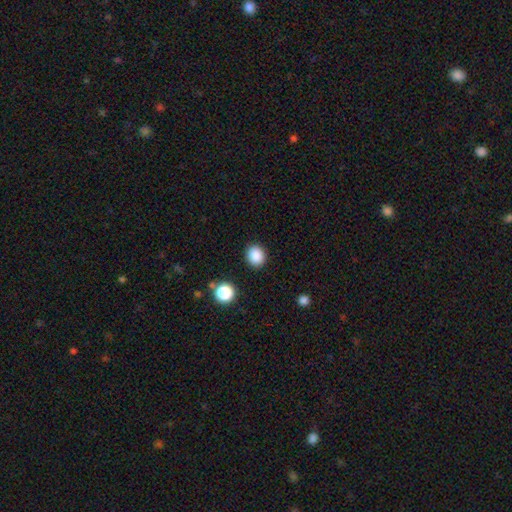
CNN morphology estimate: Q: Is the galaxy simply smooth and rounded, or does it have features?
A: smooth — 87%.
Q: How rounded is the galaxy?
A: round — 71%.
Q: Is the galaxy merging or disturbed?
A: none — 89%.